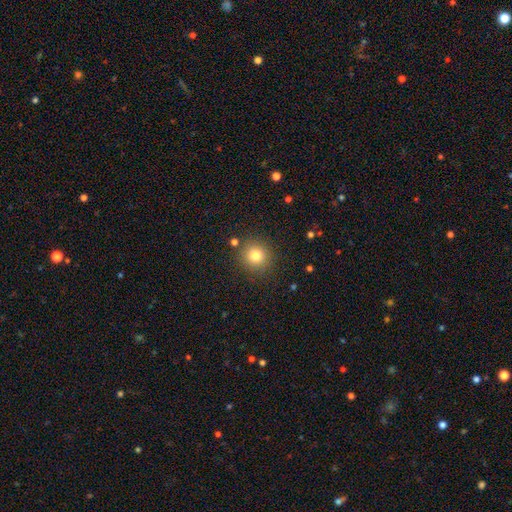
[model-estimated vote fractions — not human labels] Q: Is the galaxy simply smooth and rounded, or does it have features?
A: smooth — 79%.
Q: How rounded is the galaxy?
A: round — 93%.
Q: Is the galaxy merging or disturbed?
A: none — 87%.